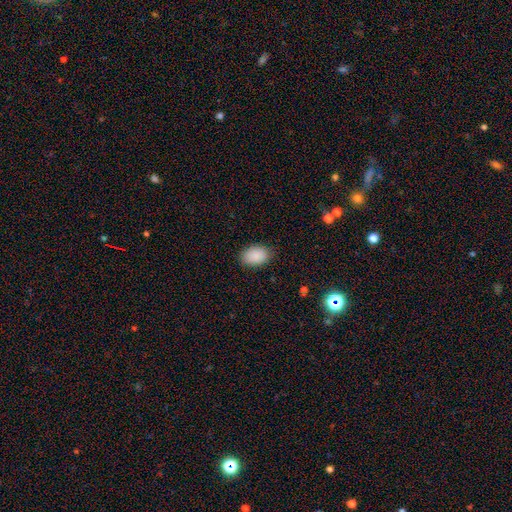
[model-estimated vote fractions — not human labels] The model was most divided on "merging": none: 86%, minor disturbance: 10%, major disturbance: 2%, merger: 1%. More confident: smooth or featured — smooth (89%); how rounded — in between (88%).